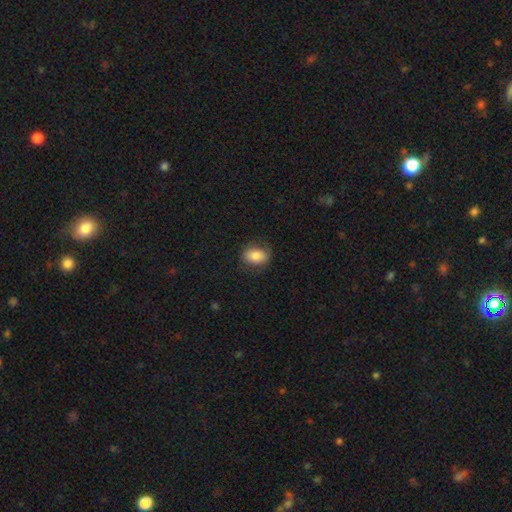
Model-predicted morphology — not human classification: smooth 82%, featured or disk 9%, star or artifact 8%. Down the decision tree: how rounded — in between (72%); merging — none (82%).